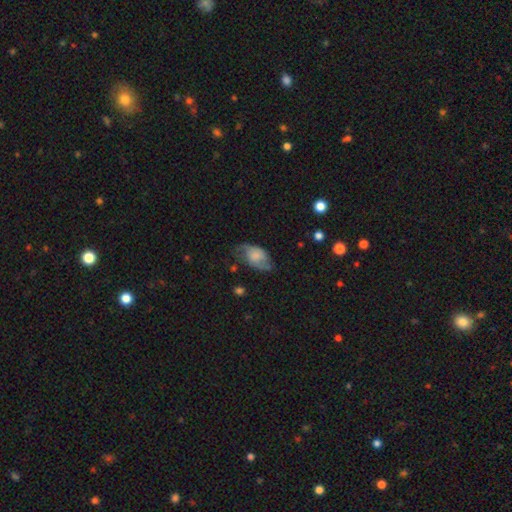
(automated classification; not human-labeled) Smooth or featured? featured or disk (51%)
Edge-on disk? no (94%)
Merging? none (55%)